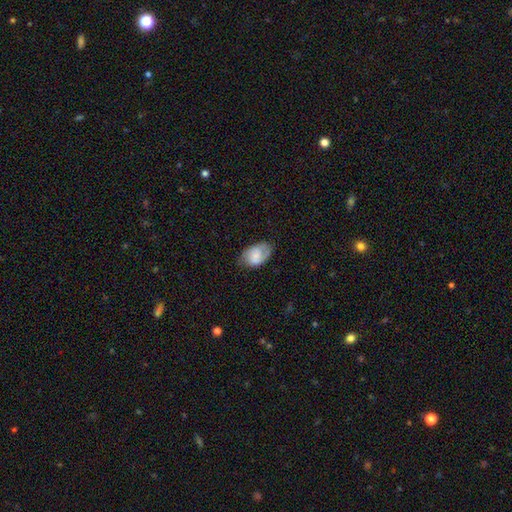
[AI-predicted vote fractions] A smooth galaxy with no disk features (63%) that is in between round and cigar-shaped (89%). Merging: none (65%).